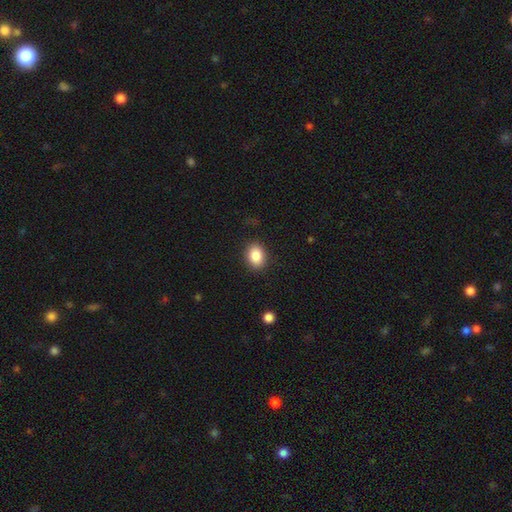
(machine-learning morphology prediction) Smooth or featured? smooth (86%)
How rounded? in between (65%)
Merging? none (88%)